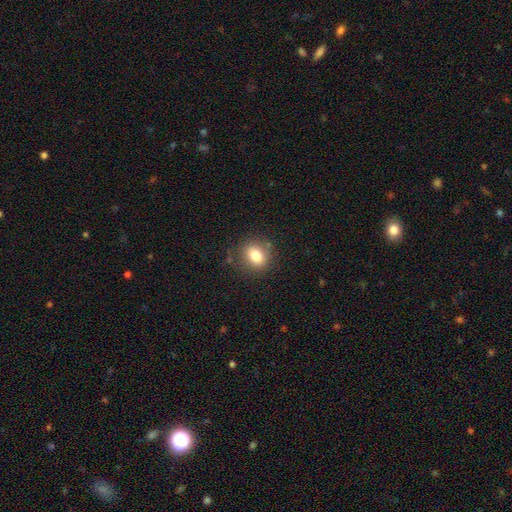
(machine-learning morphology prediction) Q: Smooth or featured?
A: smooth (80%); runner-up: star or artifact (11%)
Q: How rounded?
A: round (61%); runner-up: in between (38%)
Q: Merging?
A: none (82%); runner-up: minor disturbance (12%)